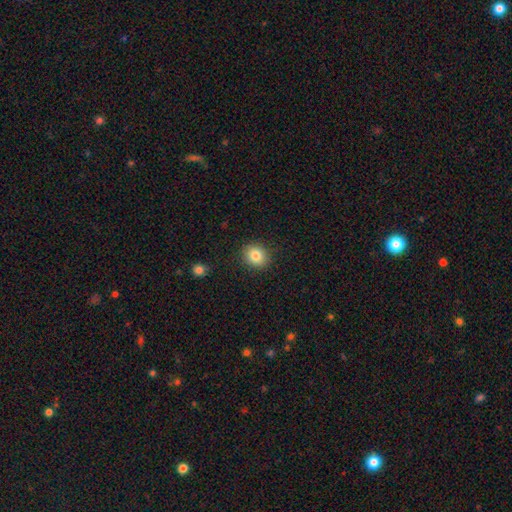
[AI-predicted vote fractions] The model was most divided on "how rounded": round: 71%, in between: 28%, cigar-shaped: 1%. More confident: merging — none (89%); smooth or featured — smooth (82%).